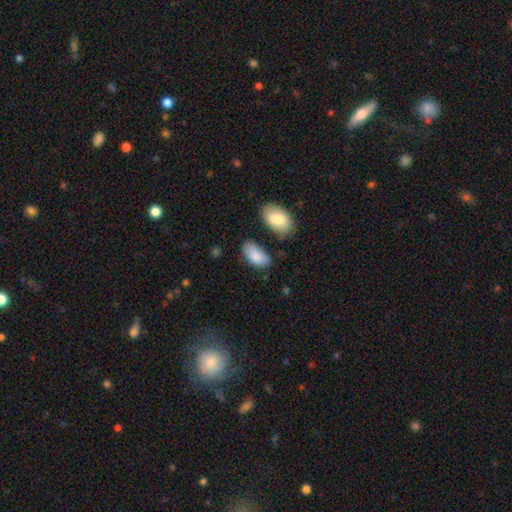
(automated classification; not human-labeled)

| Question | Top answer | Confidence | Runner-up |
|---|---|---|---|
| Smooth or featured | smooth | 85% | featured or disk (8%) |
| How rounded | in between | 95% | round (3%) |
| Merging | none | 60% | minor disturbance (26%) |